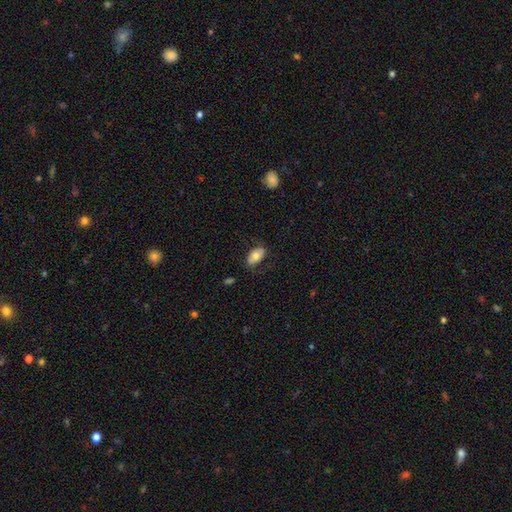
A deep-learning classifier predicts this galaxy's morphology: Smooth or featured? smooth (70%)
How rounded? in between (93%)
Merging? none (73%)